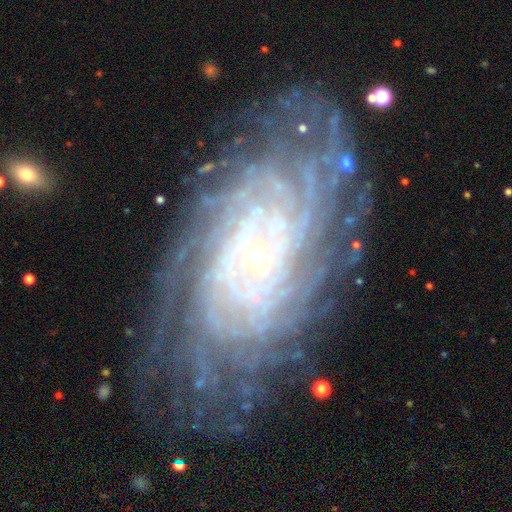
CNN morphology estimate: Overall: featured or disk (89%). Edge-on disk: no (95%). Bar: no (68%). Spiral arms: yes (98%). Spiral arm count: more than 4 (36%; can't tell 25%). Spiral winding: tight (83%). Bulge size: small (87%). Merging: none (77%).